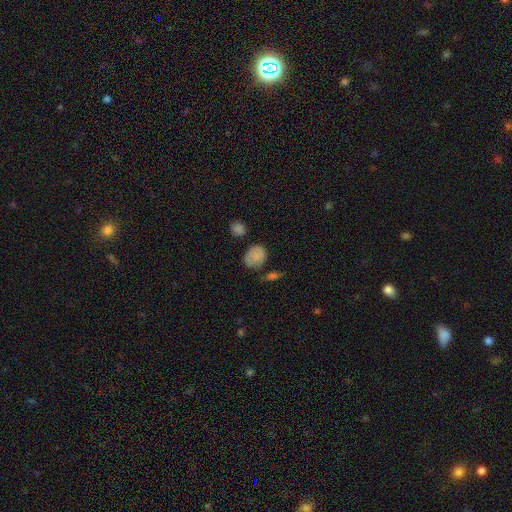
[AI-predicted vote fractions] Smooth or featured? Predicted: smooth (p=0.79). How rounded? Predicted: round (p=0.59). Merging? Predicted: none (p=0.62).